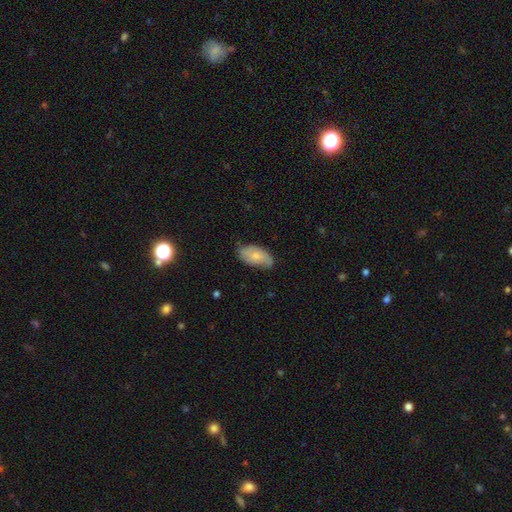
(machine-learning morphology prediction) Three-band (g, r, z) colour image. It shows a smooth galaxy with no disk features (62%) that is in between round and cigar-shaped (93%). Merging: none (68%).